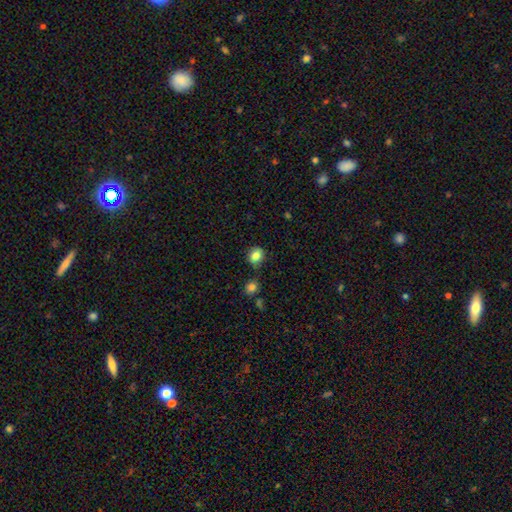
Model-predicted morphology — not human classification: Overall: smooth (84%). How rounded: round (66%; in between 33%). Merging: none (75%).